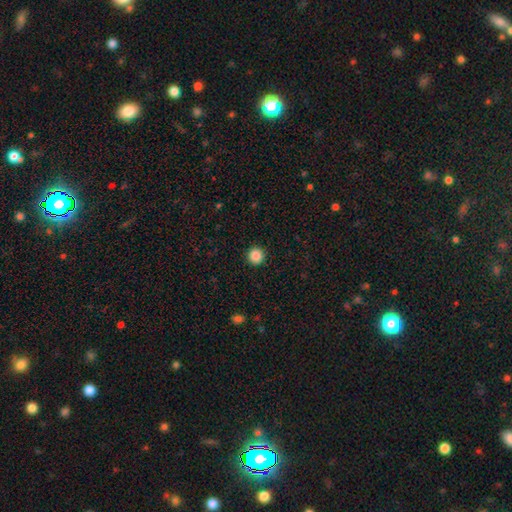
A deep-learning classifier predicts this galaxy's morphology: smooth 87%, star or artifact 10%, featured or disk 3%. Down the decision tree: how rounded — round (95%); merging — none (93%).